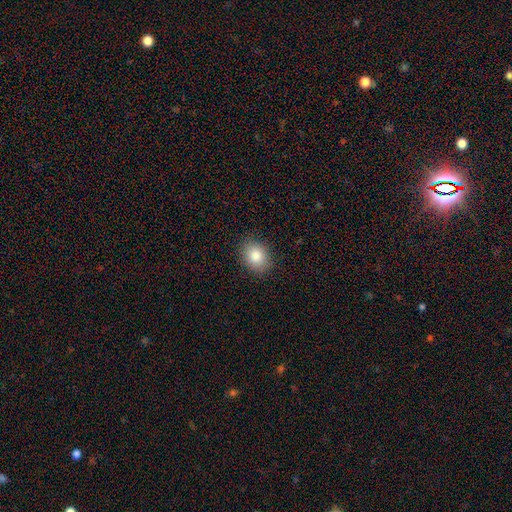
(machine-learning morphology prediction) type=smooth (85%); roundness=in between (52%); merging=none (88%).